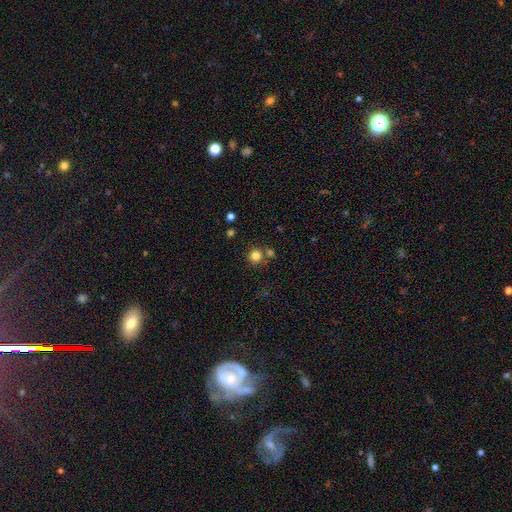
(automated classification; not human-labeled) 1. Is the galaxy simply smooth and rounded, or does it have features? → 81% smooth, 13% star or artifact, 6% featured or disk.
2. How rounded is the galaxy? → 93% round, 6% in between, 1% cigar-shaped.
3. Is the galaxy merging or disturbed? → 73% none, 15% merger, 8% minor disturbance, 3% major disturbance.